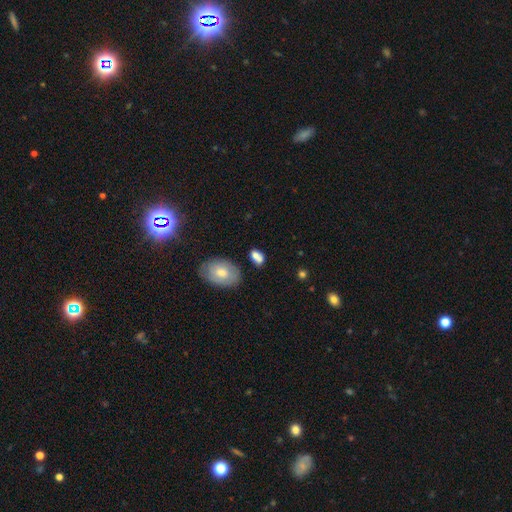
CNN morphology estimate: This is likely a smooth galaxy (76%). How rounded: likely in between (80%). Merging: possibly none (52%).